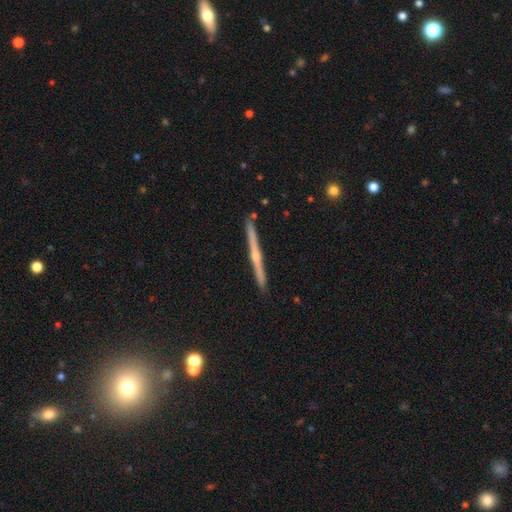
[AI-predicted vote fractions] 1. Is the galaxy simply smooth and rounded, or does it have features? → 77% featured or disk, 17% smooth, 6% star or artifact.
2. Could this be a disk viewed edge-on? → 98% yes, 2% no.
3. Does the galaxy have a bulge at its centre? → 75% rounded, 21% none, 4% boxy.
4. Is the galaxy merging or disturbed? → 91% none, 6% minor disturbance, 1% merger, 1% major disturbance.